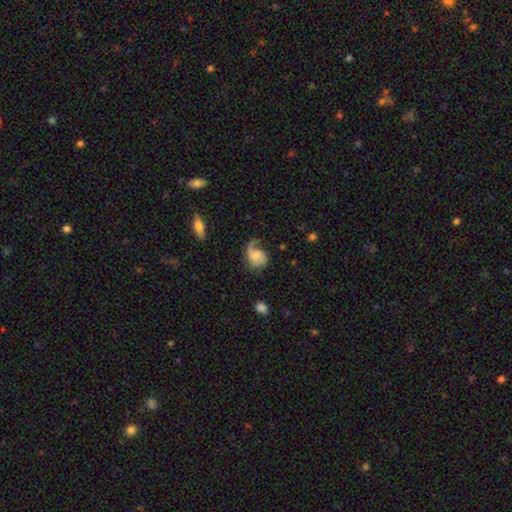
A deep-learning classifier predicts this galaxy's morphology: featured or disk 64%, smooth 28%, star or artifact 7%. Down the decision tree: edge-on disk — no (97%); bar — no (64%); spiral arms — yes (92%); spiral arm count — 1 (57%); spiral winding — loose (52%); bulge size — small (35%); merging — none (43%).